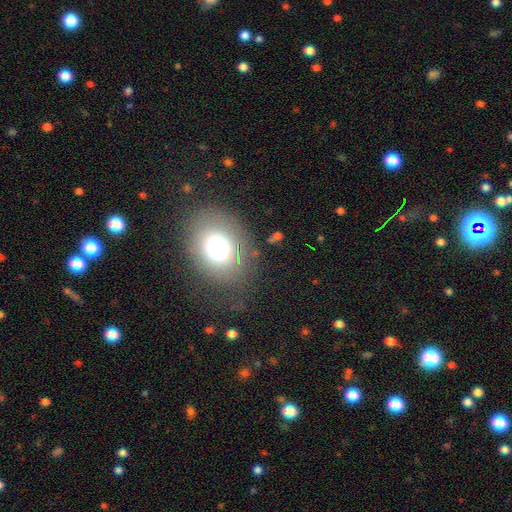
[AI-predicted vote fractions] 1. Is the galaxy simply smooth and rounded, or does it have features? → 65% smooth, 20% star or artifact, 15% featured or disk.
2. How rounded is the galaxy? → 56% in between, 43% round, 1% cigar-shaped.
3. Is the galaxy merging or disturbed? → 86% none, 9% minor disturbance, 4% major disturbance, 2% merger.